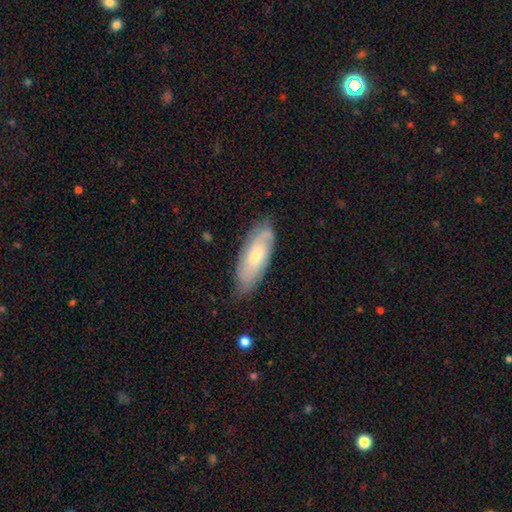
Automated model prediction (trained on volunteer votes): Smooth or featured? featured or disk (56%)
Edge-on disk? no (83%)
Merging? none (75%)